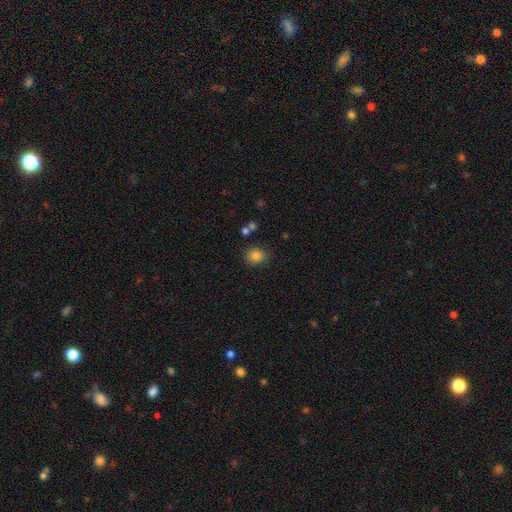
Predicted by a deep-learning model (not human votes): A smooth galaxy with no disk features (83%) that is round (65%).

Vote fractions:
- Smooth or featured? smooth: 83% / star or artifact: 11% / featured or disk: 6%
- How rounded? round: 65% / in between: 34% / cigar-shaped: 1%
- Merging? none: 82% / minor disturbance: 11% / merger: 4% / major disturbance: 3%